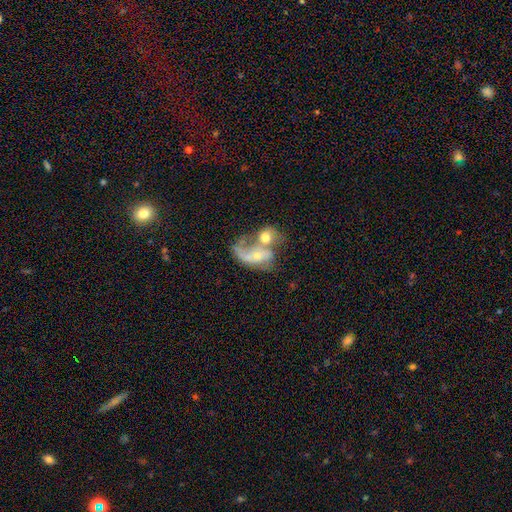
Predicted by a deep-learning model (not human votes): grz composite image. It shows a featured or disk galaxy (65%) with no bar (64%), spiral arms (73%) and a moderate central bulge (44%). Merging: merger (66%).